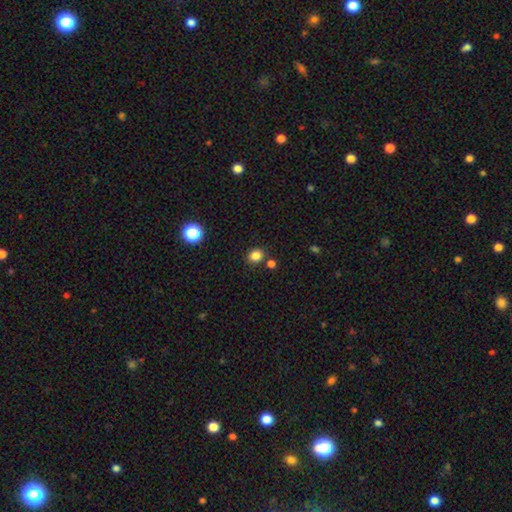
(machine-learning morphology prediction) This appears to be a smooth galaxy with no disk features (83%) that is round (70%). Merging: none (81%).